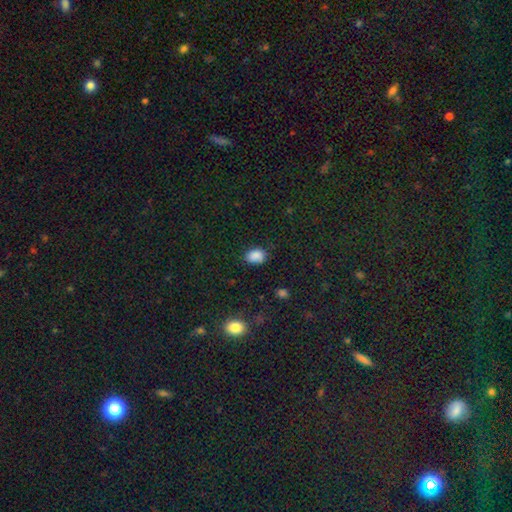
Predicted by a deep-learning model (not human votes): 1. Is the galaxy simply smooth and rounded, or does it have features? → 85% smooth, 11% star or artifact, 4% featured or disk.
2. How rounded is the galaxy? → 74% in between, 25% round, 1% cigar-shaped.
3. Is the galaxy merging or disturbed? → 75% none, 19% minor disturbance, 4% major disturbance, 2% merger.